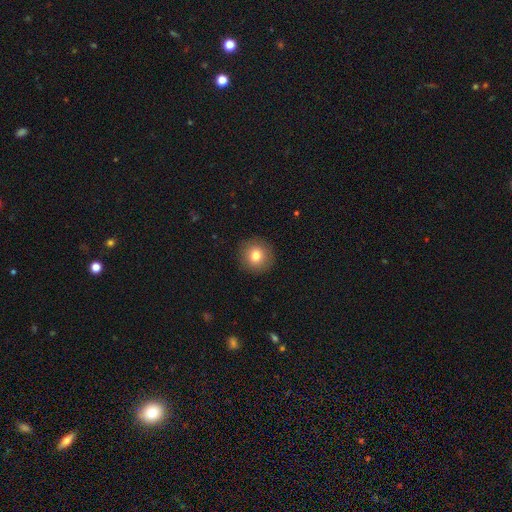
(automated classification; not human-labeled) A smooth galaxy with no disk features (80%) that is round (94%).

Vote fractions:
- Smooth or featured? smooth: 80% / featured or disk: 10% / star or artifact: 10%
- How rounded? round: 94% / in between: 5% / cigar-shaped: 1%
- Merging? none: 91% / minor disturbance: 6% / major disturbance: 2% / merger: 1%